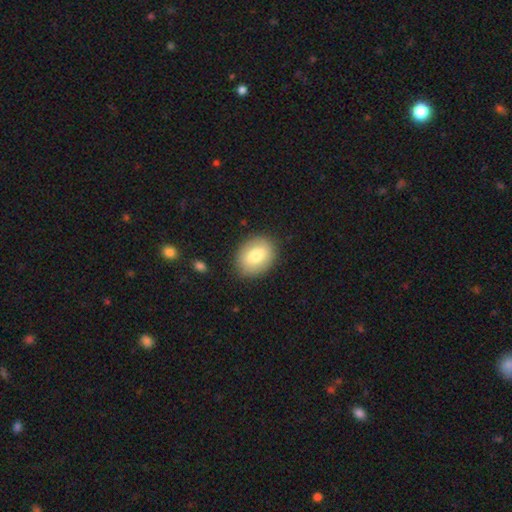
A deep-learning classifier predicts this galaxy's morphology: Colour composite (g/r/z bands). It shows a smooth galaxy with no disk features (75%) that is in between round and cigar-shaped (64%). Merging: none (86%).